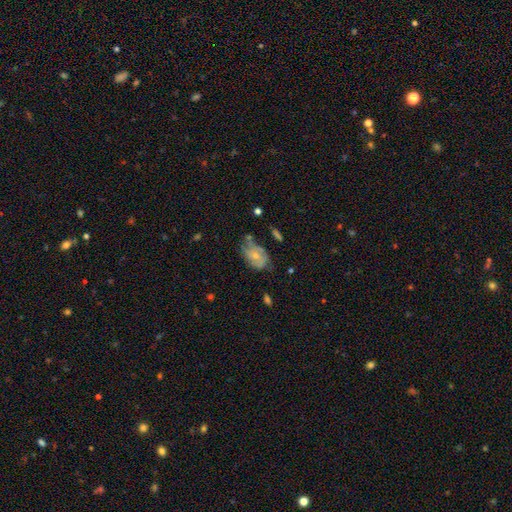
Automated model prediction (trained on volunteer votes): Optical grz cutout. It shows a featured or disk galaxy (51%). Merging: none (43%).